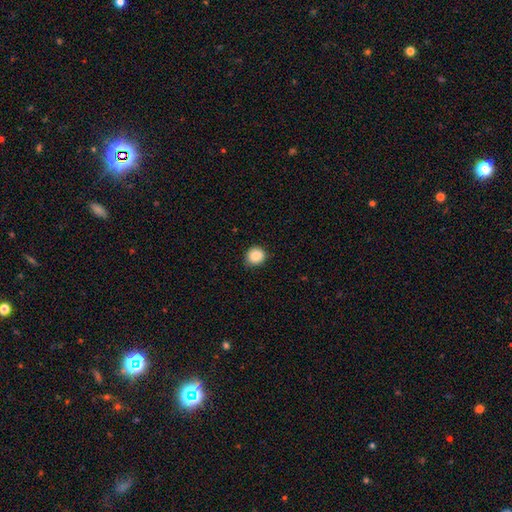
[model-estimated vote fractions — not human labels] The model was most divided on "merging": none: 86%, minor disturbance: 11%, major disturbance: 2%, merger: 1%. More confident: how rounded — round (90%); smooth or featured — smooth (88%).